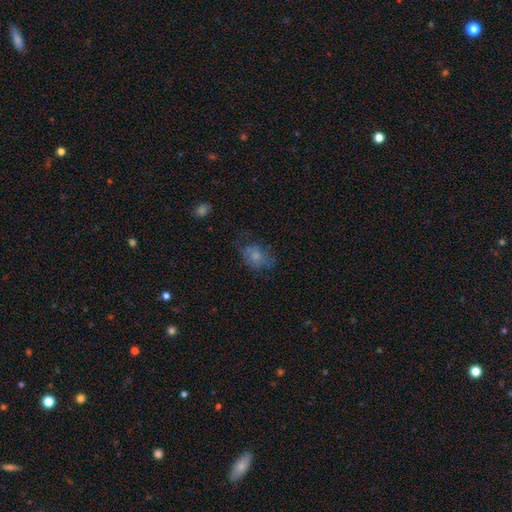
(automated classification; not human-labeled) Smooth or featured? Predicted: smooth (p=0.68). How rounded? Predicted: in between (p=0.59). Merging? Predicted: none (p=0.54).